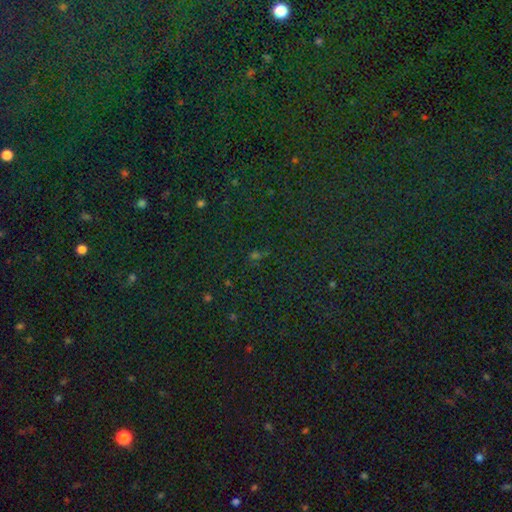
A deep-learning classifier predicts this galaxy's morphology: Smooth or featured? star or artifact (66%)